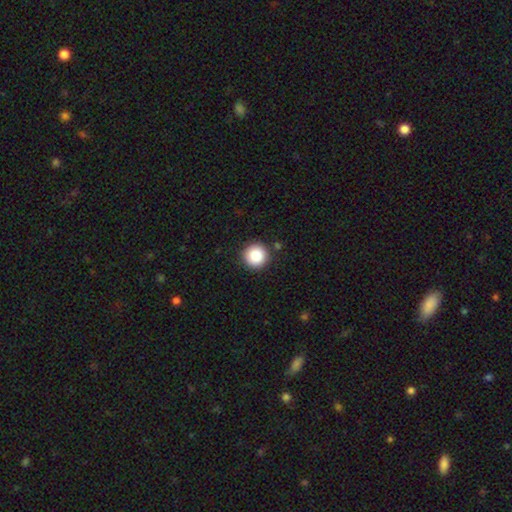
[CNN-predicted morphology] Smooth or featured? Predicted: smooth (p=0.87). How rounded? Predicted: round (p=0.96). Merging? Predicted: none (p=0.90).